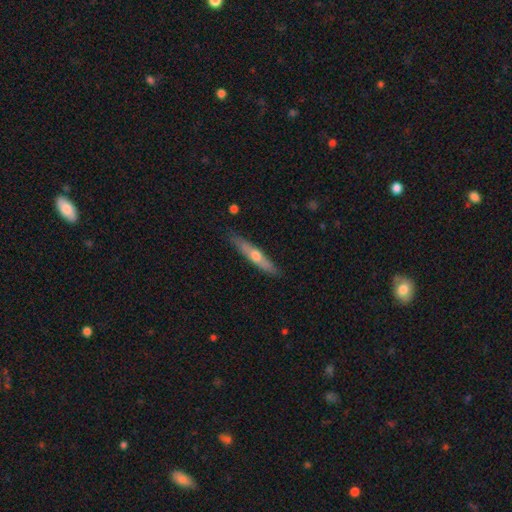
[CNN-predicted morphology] Smooth or featured? featured or disk (54%)
Edge-on disk? yes (88%)
Merging? none (86%)